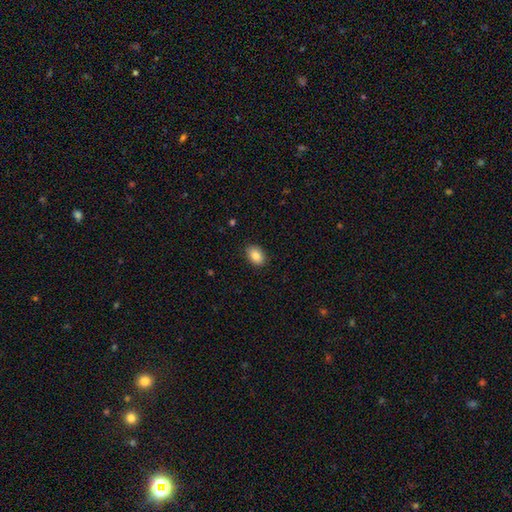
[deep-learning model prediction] smooth-or-featured: smooth: 86% | star or artifact: 8% | featured or disk: 7%
  how-rounded: in between: 82% | round: 17% | cigar-shaped: 1%
  merging: none: 89% | minor disturbance: 9% | major disturbance: 2% | merger: 1%